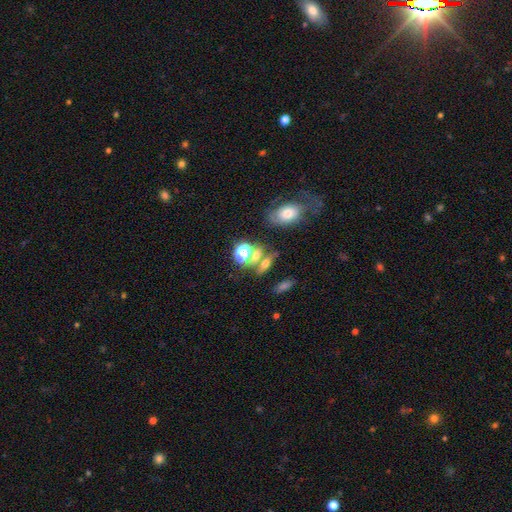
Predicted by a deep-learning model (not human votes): Smooth or featured? smooth (47%)
Merging? none (53%)